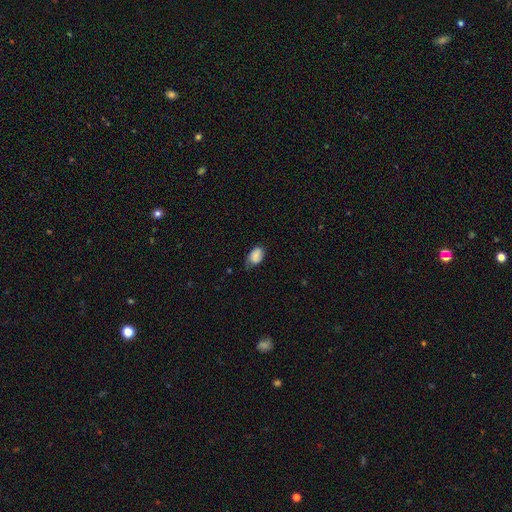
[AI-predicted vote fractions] Q: Smooth or featured?
A: smooth (81%); runner-up: featured or disk (11%)
Q: How rounded?
A: in between (86%); runner-up: round (13%)
Q: Merging?
A: none (51%); runner-up: minor disturbance (37%)